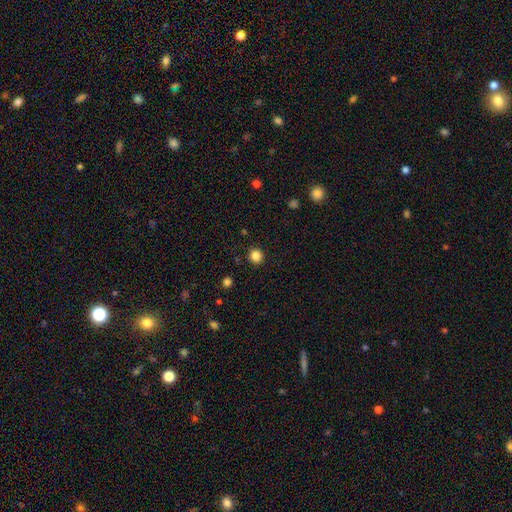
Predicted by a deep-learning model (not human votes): Morphology: type=smooth (85%); roundness=round (93%); merging=none (91%).